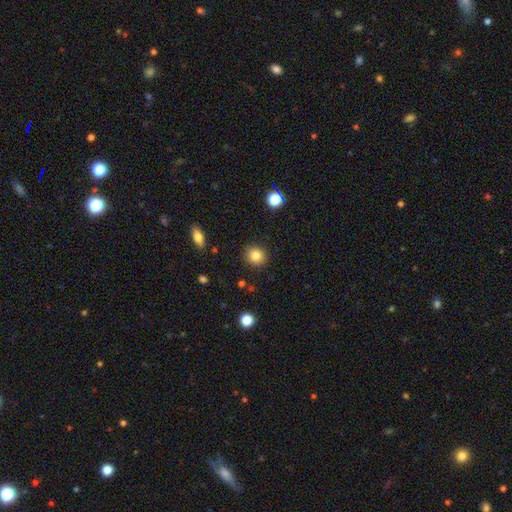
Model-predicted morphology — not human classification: smooth 83%, star or artifact 10%, featured or disk 6%. Down the decision tree: how rounded — round (89%); merging — none (90%).